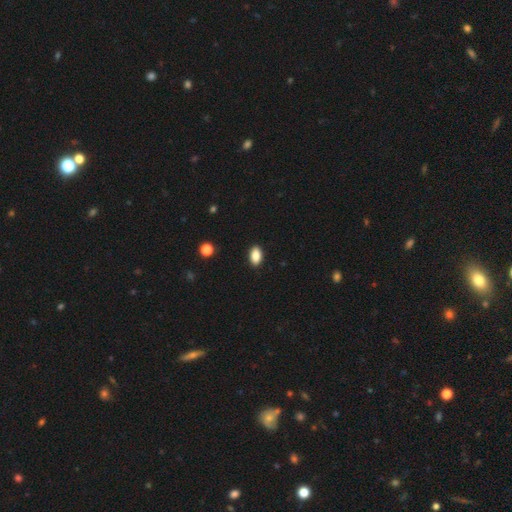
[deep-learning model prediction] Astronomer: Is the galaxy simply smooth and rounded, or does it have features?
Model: smooth — 88%.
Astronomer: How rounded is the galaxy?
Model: in between — 92%.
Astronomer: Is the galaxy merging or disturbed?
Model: none — 90%.